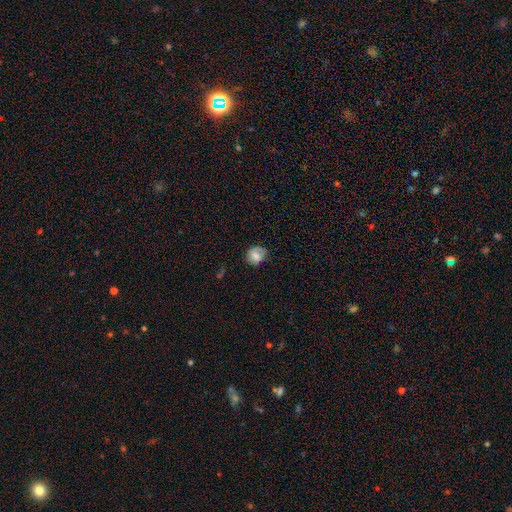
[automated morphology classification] This appears to be a smooth galaxy with no disk features (73%) that is round (72%). Merging: none (68%).